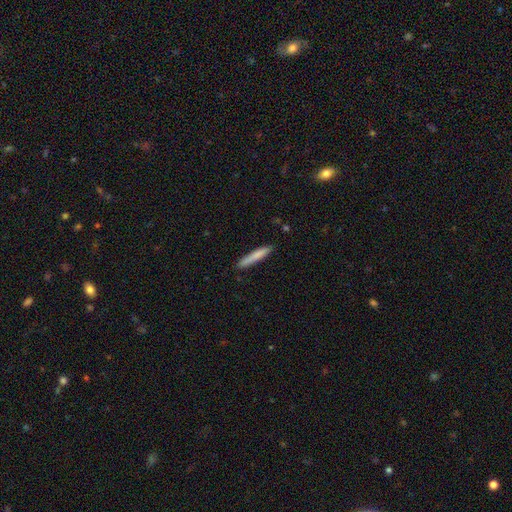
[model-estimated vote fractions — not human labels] smooth-or-featured: smooth: 80% | featured or disk: 14% | star or artifact: 6%
  how-rounded: cigar-shaped: 94% | in between: 5% | round: 1%
  merging: none: 87% | minor disturbance: 10% | major disturbance: 2% | merger: 1%